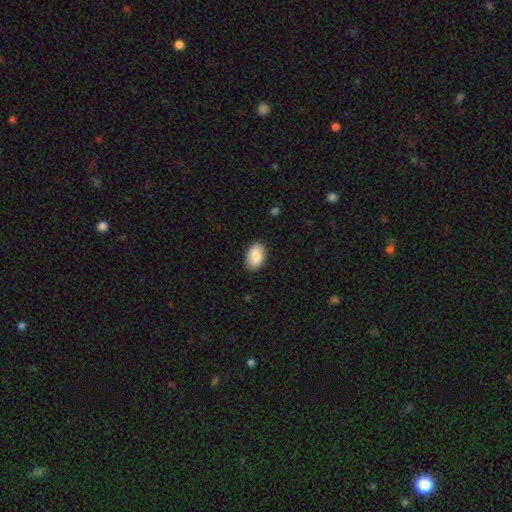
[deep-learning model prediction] This appears to be a smooth galaxy with no disk features (86%) that is in between round and cigar-shaped (90%). Merging: none (86%).